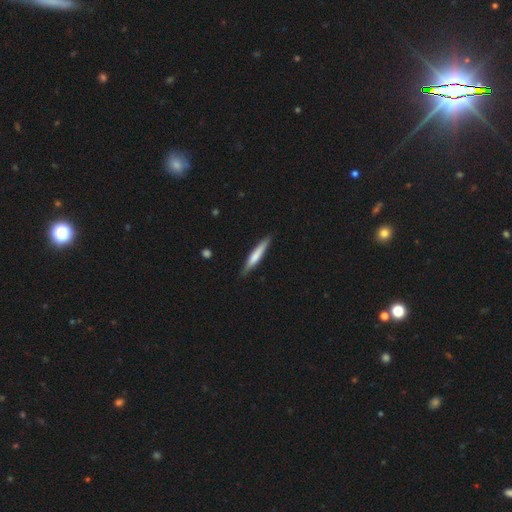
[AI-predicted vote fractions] Smooth or featured: smooth — 61% (featured or disk — 34%)
How rounded: cigar-shaped — 92% (in between — 6%)
Merging: none — 85% (minor disturbance — 12%)